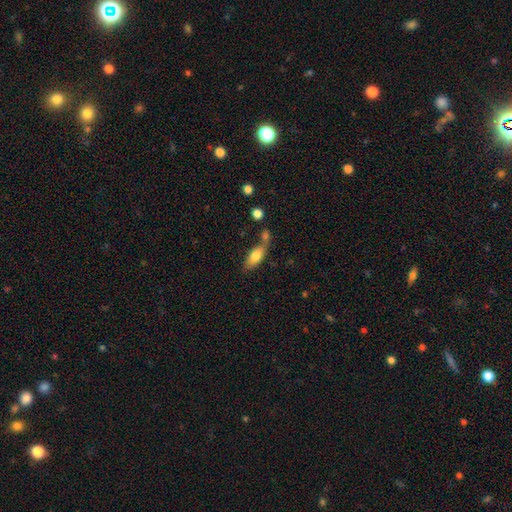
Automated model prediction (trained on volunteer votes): This appears to be a smooth galaxy with no disk features (75%) that is in between round and cigar-shaped (76%). Merging: none (47%).